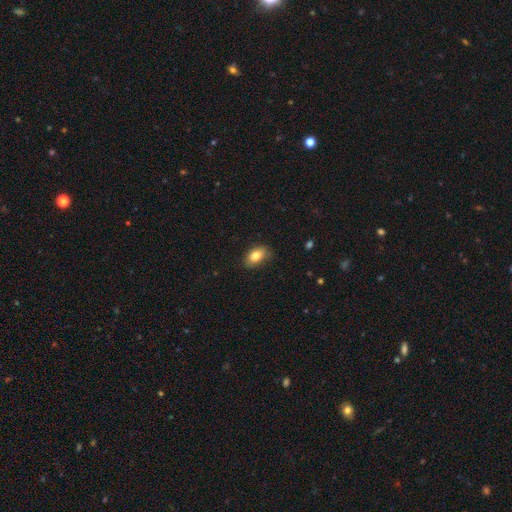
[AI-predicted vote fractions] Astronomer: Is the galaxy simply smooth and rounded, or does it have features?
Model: smooth — 83%.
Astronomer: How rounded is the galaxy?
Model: in between — 89%.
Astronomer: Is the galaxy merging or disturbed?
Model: none — 81%.